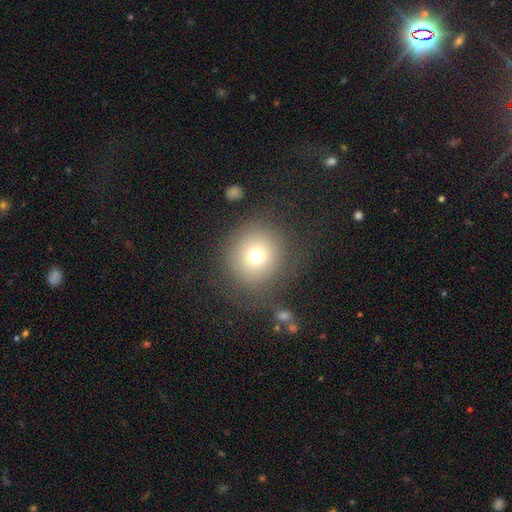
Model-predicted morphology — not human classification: This appears to be a smooth galaxy with no disk features (73%) that is round (92%). Merging: none (79%).